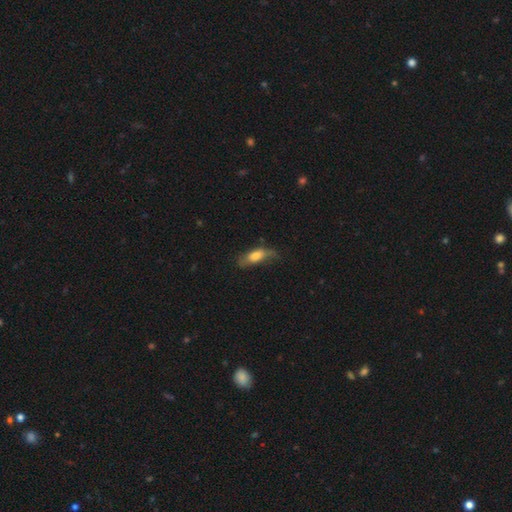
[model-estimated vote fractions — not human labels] Morphology: type=smooth (66%); roundness=in between (64%); merging=none (57%).